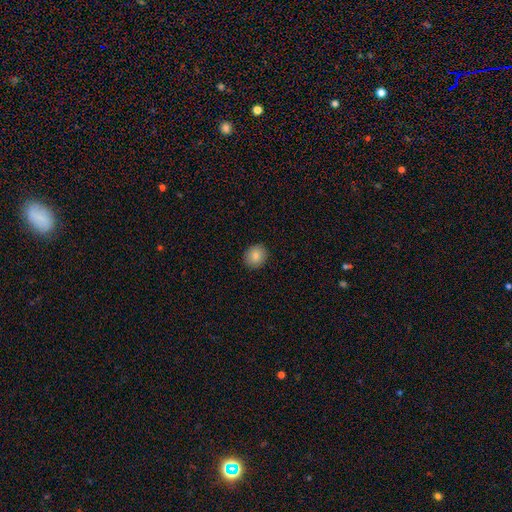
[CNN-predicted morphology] A smooth galaxy with no disk features (86%) that is round (75%).

Vote fractions:
- Smooth or featured? smooth: 86% / star or artifact: 8% / featured or disk: 6%
- How rounded? round: 75% / in between: 24% / cigar-shaped: 1%
- Merging? none: 91% / minor disturbance: 7% / major disturbance: 2% / merger: 1%